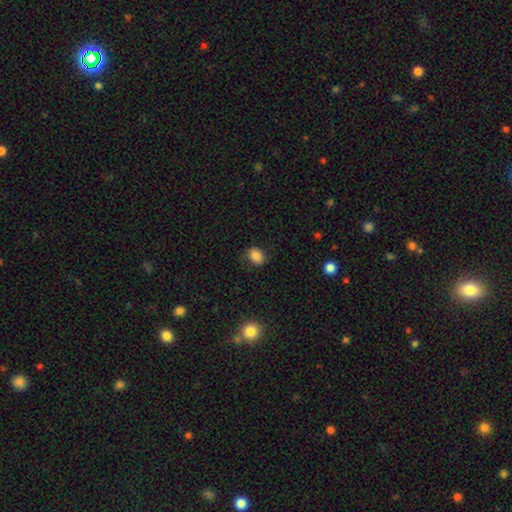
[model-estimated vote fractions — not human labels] Smooth or featured: smooth — 84% (star or artifact — 10%)
How rounded: in between — 63% (round — 36%)
Merging: none — 75% (minor disturbance — 18%)